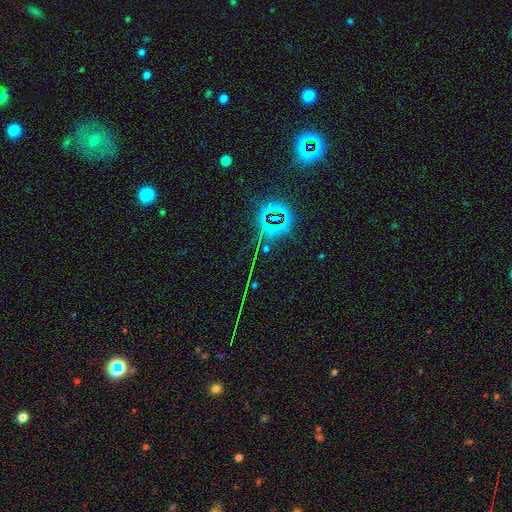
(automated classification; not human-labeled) Smooth or featured: star or artifact — 81% (smooth — 10%)